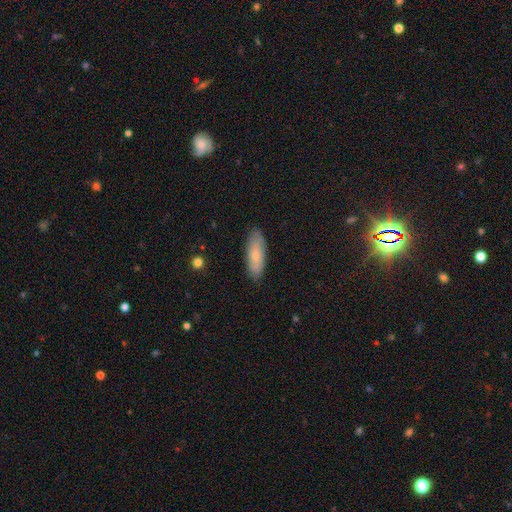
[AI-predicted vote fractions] A smooth galaxy with no disk features (77%) that is in between round and cigar-shaped (60%).

Vote fractions:
- Smooth or featured? smooth: 77% / featured or disk: 17% / star or artifact: 6%
- How rounded? in between: 60% / cigar-shaped: 39% / round: 2%
- Merging? none: 85% / minor disturbance: 11% / major disturbance: 2% / merger: 1%